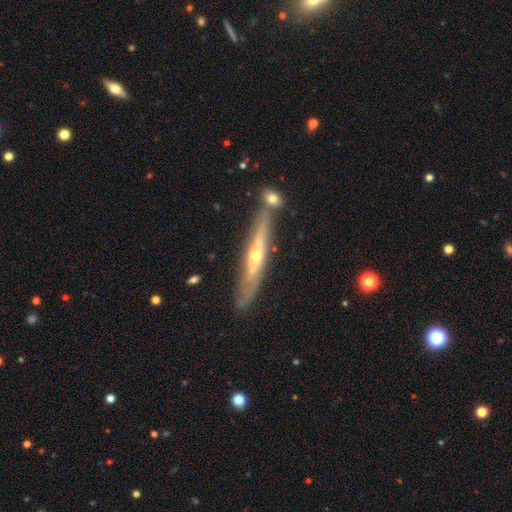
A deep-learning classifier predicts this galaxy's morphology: This is likely a featured or disk galaxy (71%). It is likely viewed edge-on (76%). Edge-on bulge: likely rounded (80%). Merging: likely none (69%).